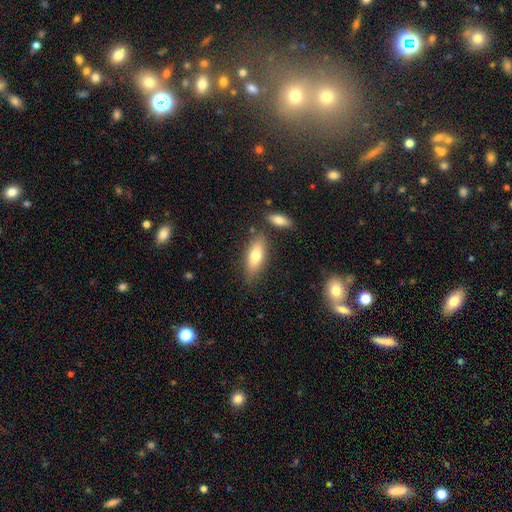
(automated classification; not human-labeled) The model was most divided on "how rounded": in between: 72%, cigar-shaped: 25%, round: 3%. More confident: merging — none (74%); smooth or featured — smooth (72%).